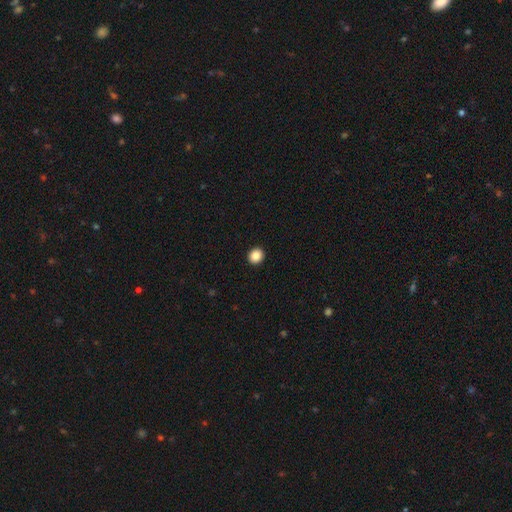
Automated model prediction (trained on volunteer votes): smooth-or-featured: smooth: 86% | star or artifact: 10% | featured or disk: 4%
  how-rounded: round: 85% | in between: 15% | cigar-shaped: 1%
  merging: none: 94% | minor disturbance: 4% | major disturbance: 1% | merger: 1%